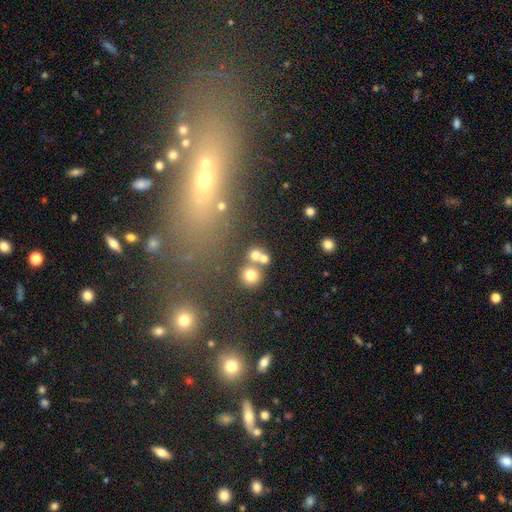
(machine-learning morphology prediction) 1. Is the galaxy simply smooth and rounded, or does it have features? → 71% smooth, 17% star or artifact, 12% featured or disk.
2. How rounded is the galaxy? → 87% round, 12% in between, 1% cigar-shaped.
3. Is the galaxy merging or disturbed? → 58% none, 31% merger, 7% minor disturbance, 4% major disturbance.